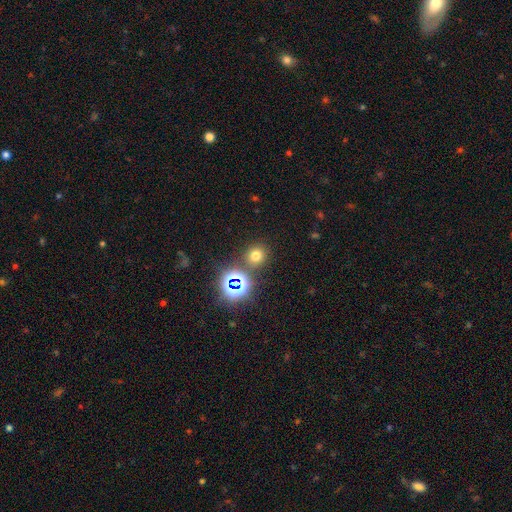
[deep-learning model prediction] A smooth galaxy with no disk features (66%) that is round (86%). Merging: none (82%).